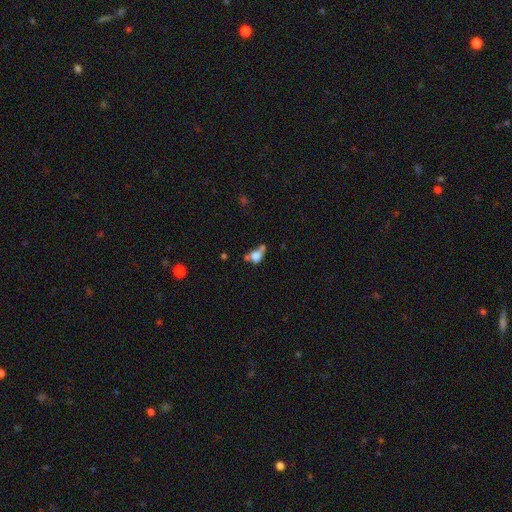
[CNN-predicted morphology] Smooth or featured? Predicted: smooth (p=0.68). How rounded? Predicted: in between (p=0.62). Merging? Predicted: merger (p=0.30).